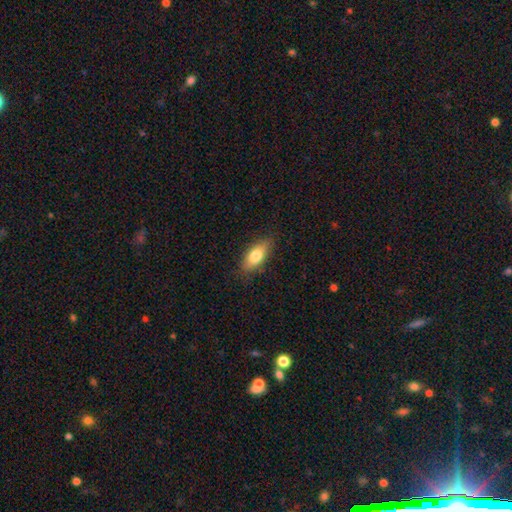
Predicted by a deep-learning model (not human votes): smooth 75%, featured or disk 19%, star or artifact 7%. Down the decision tree: how rounded — in between (73%); merging — none (85%).